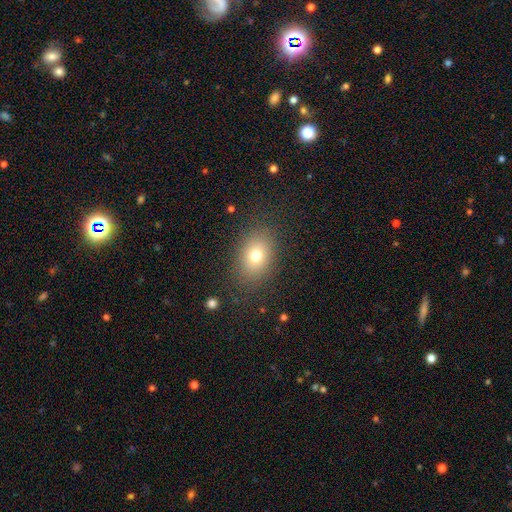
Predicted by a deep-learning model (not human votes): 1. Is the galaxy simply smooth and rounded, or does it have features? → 74% smooth, 13% featured or disk, 13% star or artifact.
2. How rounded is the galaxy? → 68% in between, 31% round, 1% cigar-shaped.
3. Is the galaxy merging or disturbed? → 83% none, 10% minor disturbance, 5% major disturbance, 1% merger.